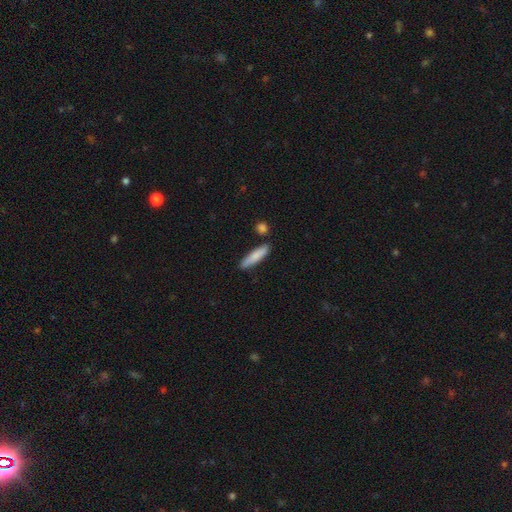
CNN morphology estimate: The model was most divided on "how rounded": cigar-shaped: 77%, in between: 21%, round: 2%. More confident: smooth or featured — smooth (82%); merging — none (81%).